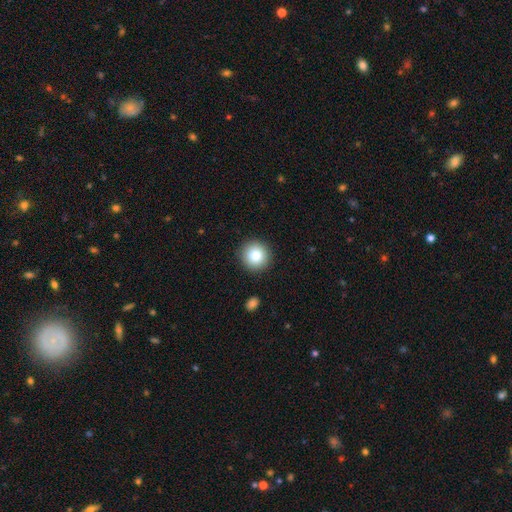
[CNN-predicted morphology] Smooth or featured? smooth (80%)
How rounded? round (95%)
Merging? none (91%)